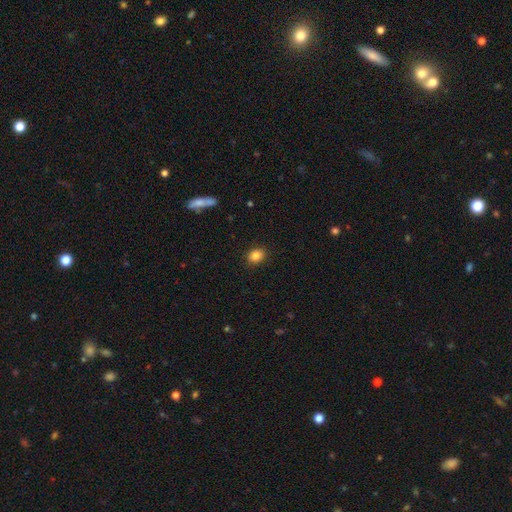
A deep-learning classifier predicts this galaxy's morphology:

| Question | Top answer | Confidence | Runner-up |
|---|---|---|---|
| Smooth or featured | smooth | 86% | star or artifact (10%) |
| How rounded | in between | 57% | round (41%) |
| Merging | none | 89% | minor disturbance (8%) |